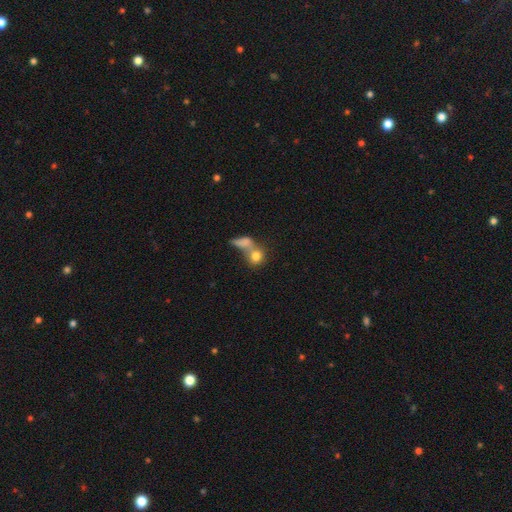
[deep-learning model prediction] A smooth galaxy with no disk features (78%) that is round (65%). Merging: merger (54%).